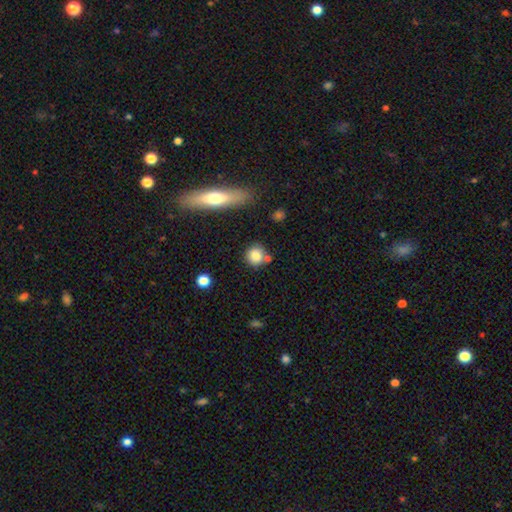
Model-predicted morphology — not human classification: Smooth or featured? Predicted: smooth (p=0.82). How rounded? Predicted: round (p=0.86). Merging? Predicted: none (p=0.69).